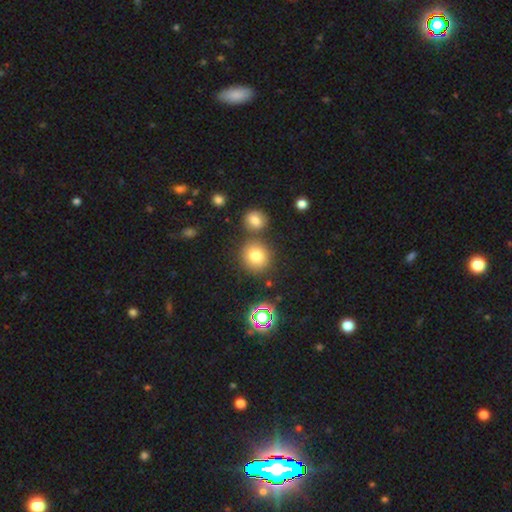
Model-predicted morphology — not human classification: A smooth galaxy with no disk features (78%) that is round (89%).

Vote fractions:
- Smooth or featured? smooth: 78% / star or artifact: 14% / featured or disk: 7%
- How rounded? round: 89% / in between: 10% / cigar-shaped: 1%
- Merging? none: 76% / merger: 13% / minor disturbance: 8% / major disturbance: 3%